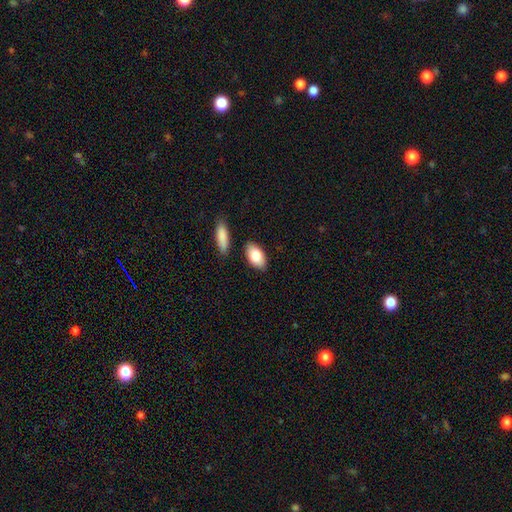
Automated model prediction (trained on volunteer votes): Morphology: type=smooth (82%); roundness=in between (92%); merging=none (83%).